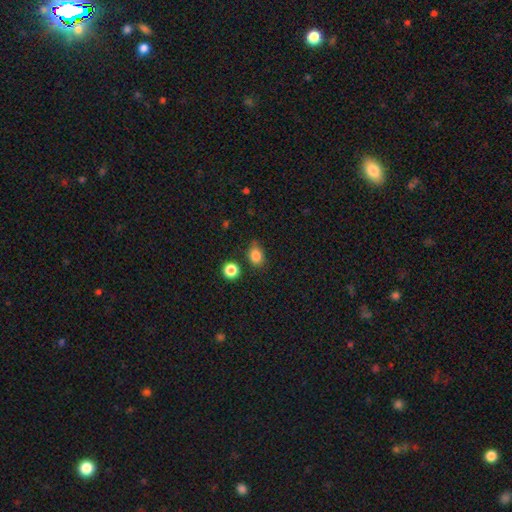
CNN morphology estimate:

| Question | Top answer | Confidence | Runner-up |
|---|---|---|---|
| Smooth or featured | smooth | 84% | star or artifact (11%) |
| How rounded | in between | 55% | round (44%) |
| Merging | none | 69% | minor disturbance (21%) |